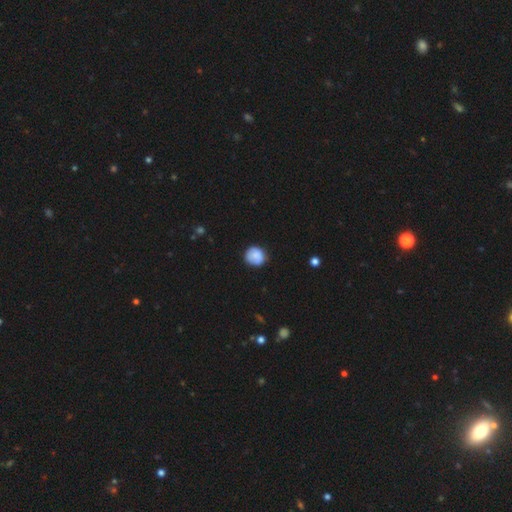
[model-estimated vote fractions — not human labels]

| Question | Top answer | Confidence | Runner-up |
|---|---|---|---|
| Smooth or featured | smooth | 84% | featured or disk (8%) |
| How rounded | round | 87% | in between (12%) |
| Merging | none | 78% | minor disturbance (17%) |